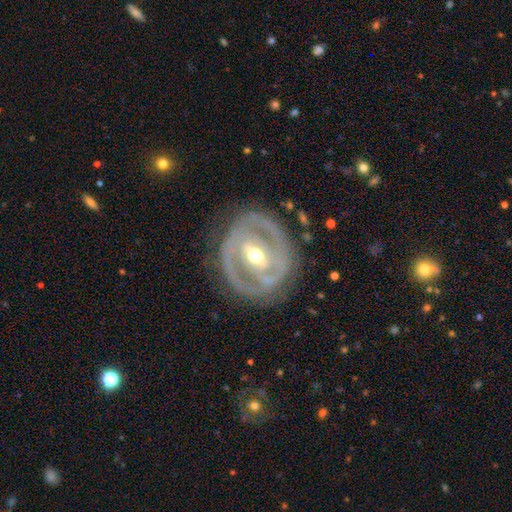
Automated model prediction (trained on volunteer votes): featured or disk 84%, smooth 12%, star or artifact 5%. Down the decision tree: edge-on disk — no (95%); bar — strong (46%); spiral arms — yes (74%); spiral arm count — 2 (64%); spiral winding — tight (59%); bulge size — moderate (63%); merging — none (76%).